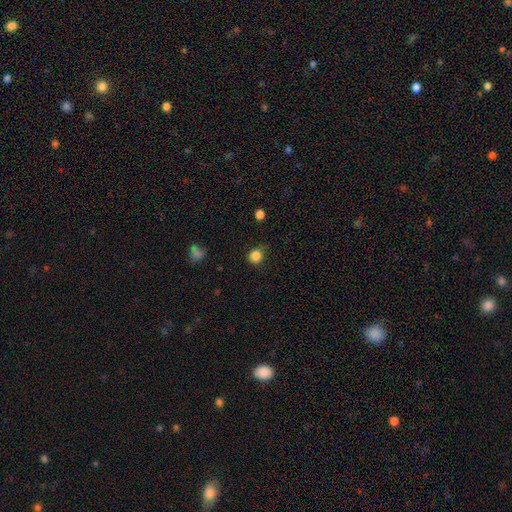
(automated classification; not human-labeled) smooth 85%, star or artifact 12%, featured or disk 4%. Down the decision tree: how rounded — round (89%); merging — none (79%).